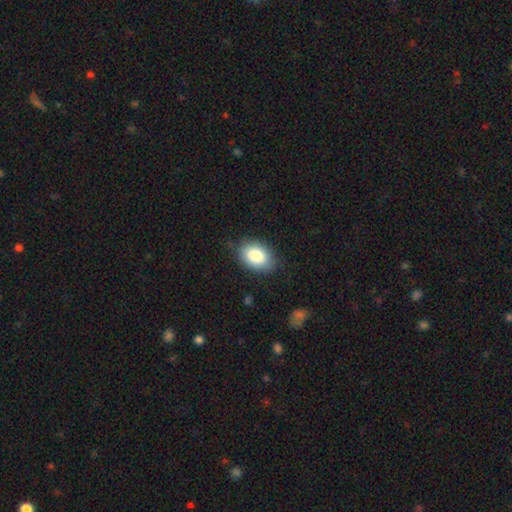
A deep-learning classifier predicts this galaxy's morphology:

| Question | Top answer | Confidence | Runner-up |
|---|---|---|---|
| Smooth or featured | smooth | 86% | featured or disk (7%) |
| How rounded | in between | 87% | round (11%) |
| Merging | none | 81% | minor disturbance (14%) |